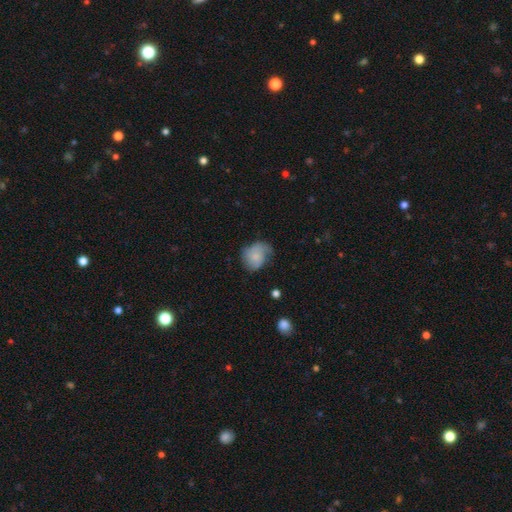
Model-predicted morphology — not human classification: A smooth galaxy with no disk features (62%) that is round (55%).

Vote fractions:
- Smooth or featured? smooth: 62% / featured or disk: 30% / star or artifact: 8%
- How rounded? round: 55% / in between: 44% / cigar-shaped: 1%
- Merging? none: 45% / minor disturbance: 35% / major disturbance: 18% / merger: 2%